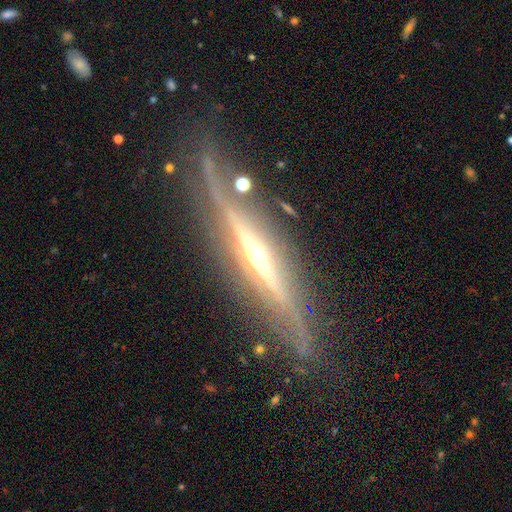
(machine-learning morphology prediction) smooth_or_featured: featured or disk (p=0.86) [alt: smooth p=0.08]
disk_edge_on: yes (p=0.94) [alt: no p=0.06]
edge_on_bulge: rounded (p=0.81) [alt: none p=0.12]
merging: none (p=0.76) [alt: minor disturbance p=0.15]